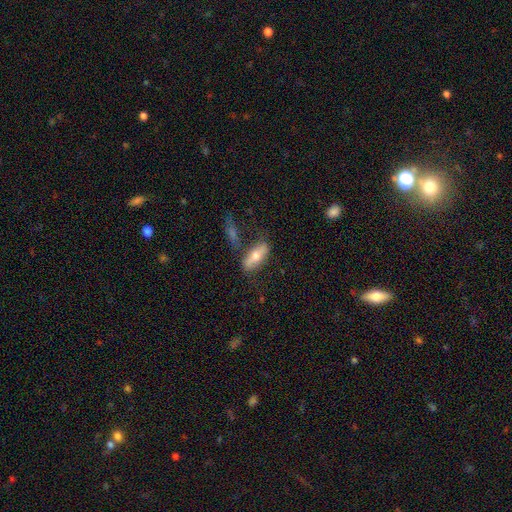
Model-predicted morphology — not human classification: Smooth or featured? Predicted: smooth (p=0.60). How rounded? Predicted: in between (p=0.69). Merging? Predicted: none (p=0.63).